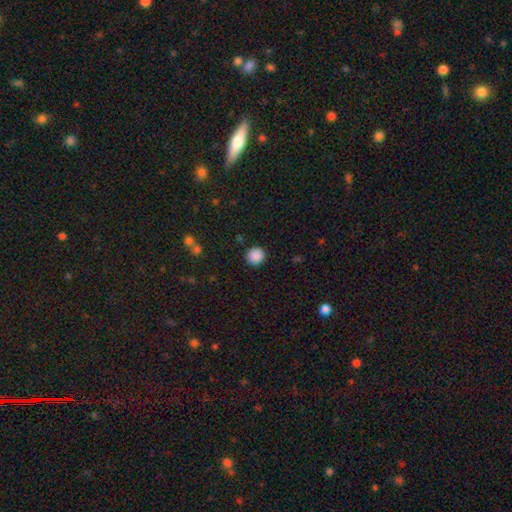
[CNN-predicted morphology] A smooth galaxy with no disk features (88%) that is round (92%).

Vote fractions:
- Smooth or featured? smooth: 88% / star or artifact: 9% / featured or disk: 3%
- How rounded? round: 92% / in between: 7% / cigar-shaped: 1%
- Merging? none: 91% / minor disturbance: 6% / major disturbance: 2% / merger: 1%